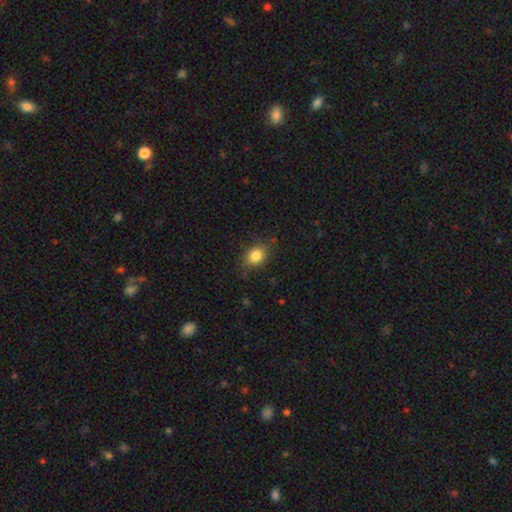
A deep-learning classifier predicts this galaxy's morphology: Smooth or featured?
  - smooth: 83% *
  - star or artifact: 10%
  - featured or disk: 7%
How rounded?
  - in between: 52% *
  - round: 47%
  - cigar-shaped: 1%
Merging?
  - none: 77% *
  - minor disturbance: 17%
  - major disturbance: 5%
  - merger: 1%